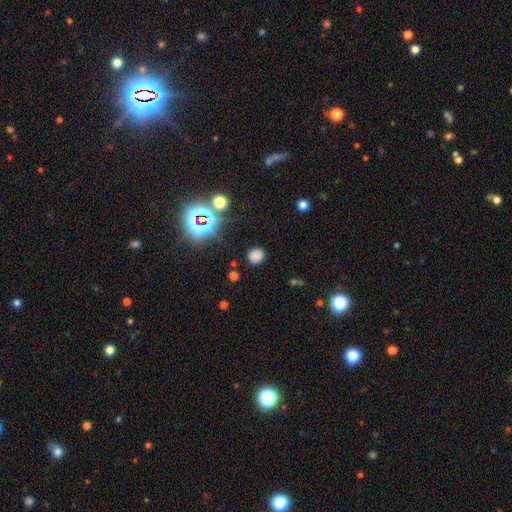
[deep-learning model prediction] A smooth galaxy with no disk features (71%) that is round (85%). Merging: none (85%).